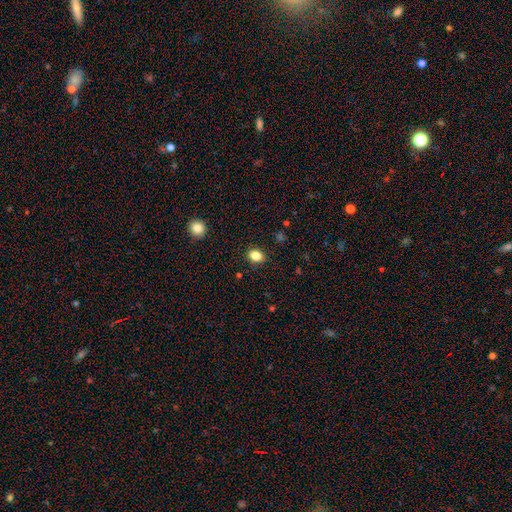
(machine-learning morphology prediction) Smooth or featured? smooth (85%)
How rounded? in between (62%)
Merging? none (89%)